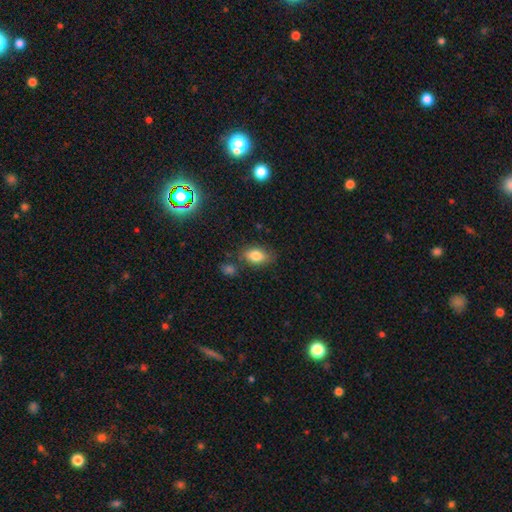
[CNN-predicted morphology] type=smooth (81%); roundness=in between (87%); merging=none (76%).